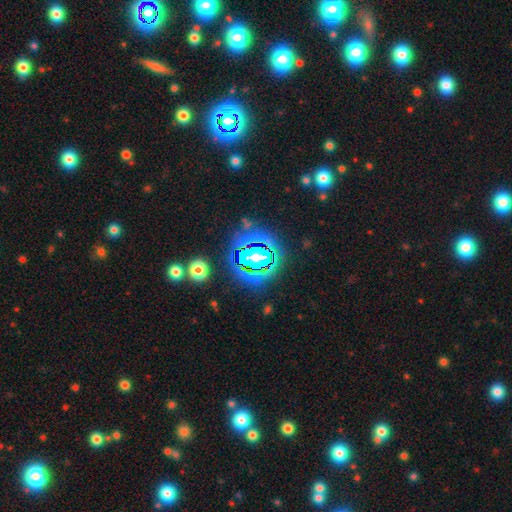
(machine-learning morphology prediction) star or artifact 73%, smooth 14%, featured or disk 13%.